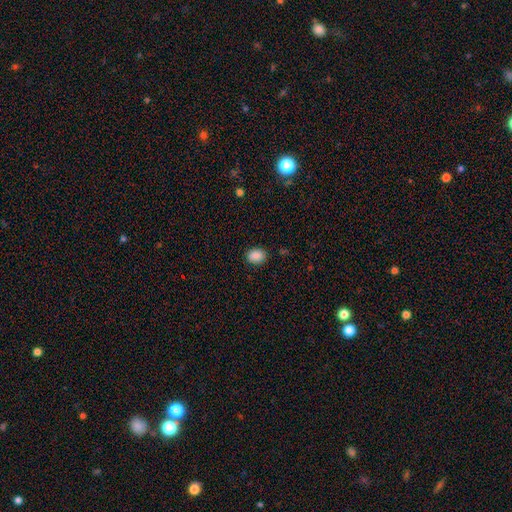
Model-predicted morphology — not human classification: The model was most divided on "how rounded": in between: 63%, round: 37%, cigar-shaped: 1%. More confident: smooth or featured — smooth (88%); merging — none (88%).